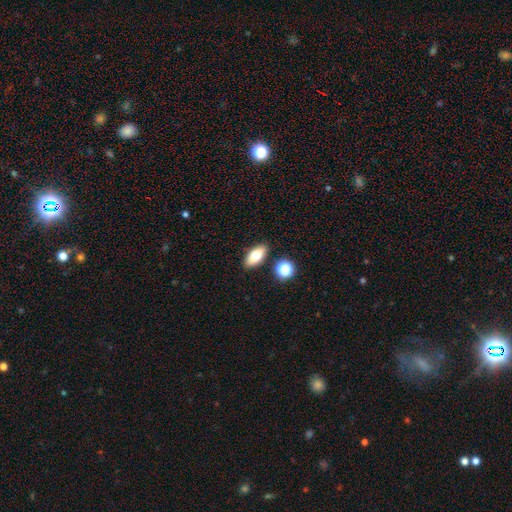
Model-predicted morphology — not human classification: Smooth or featured: smooth — 73% (featured or disk — 18%)
How rounded: in between — 84% (cigar-shaped — 10%)
Merging: none — 85% (minor disturbance — 8%)